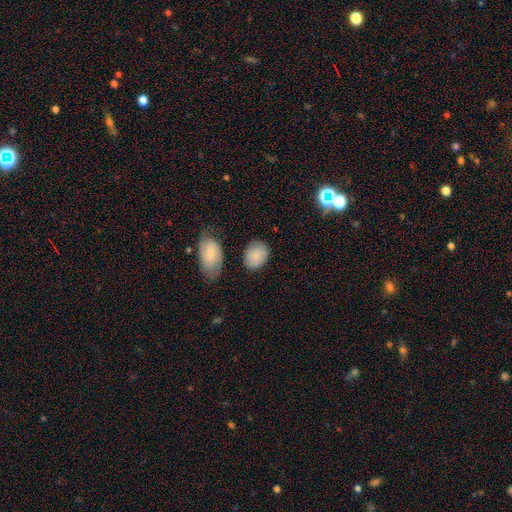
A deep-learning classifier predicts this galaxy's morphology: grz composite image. It shows a smooth galaxy with no disk features (82%) that is in between round and cigar-shaped (71%). Merging: none (72%).